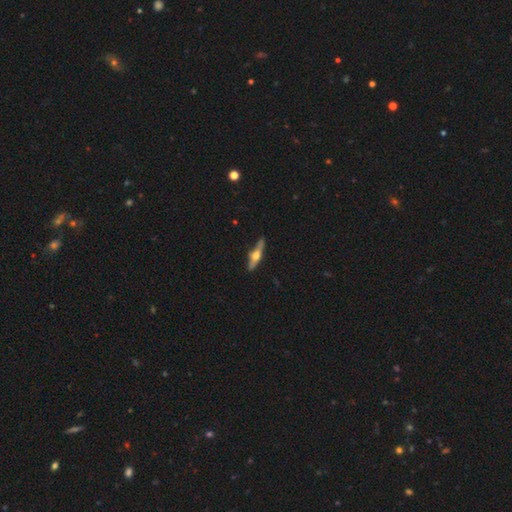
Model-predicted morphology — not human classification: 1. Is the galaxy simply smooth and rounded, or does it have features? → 66% featured or disk, 29% smooth, 5% star or artifact.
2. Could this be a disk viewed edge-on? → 94% yes, 6% no.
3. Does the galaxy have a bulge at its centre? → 94% rounded, 4% boxy, 2% none.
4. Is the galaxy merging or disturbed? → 84% none, 12% minor disturbance, 2% major disturbance, 2% merger.